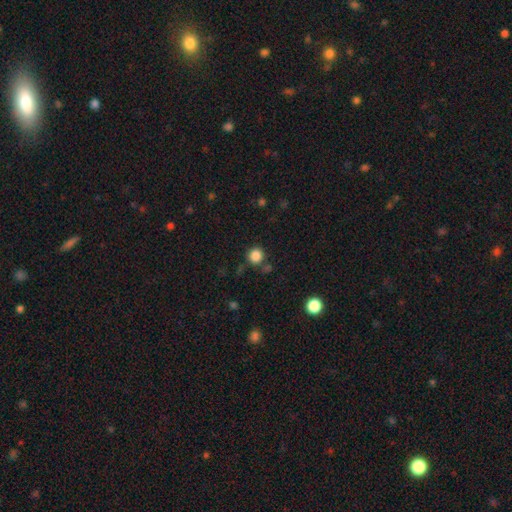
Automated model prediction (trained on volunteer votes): Q: Smooth or featured?
A: smooth (84%); runner-up: star or artifact (12%)
Q: How rounded?
A: round (93%); runner-up: in between (6%)
Q: Merging?
A: none (80%); runner-up: minor disturbance (10%)